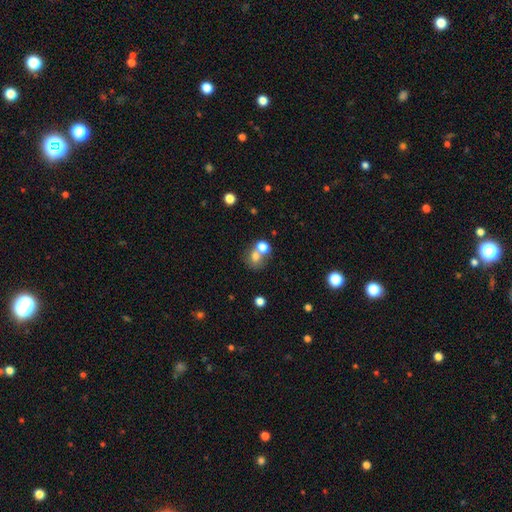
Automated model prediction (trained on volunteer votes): Smooth or featured: smooth — 72% (featured or disk — 15%)
How rounded: round — 66% (in between — 33%)
Merging: merger — 49% (none — 37%)